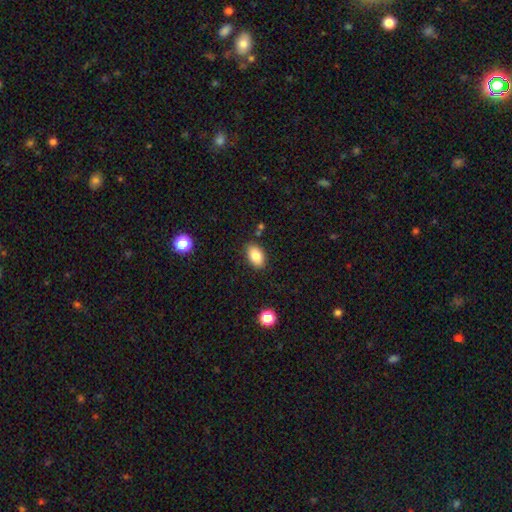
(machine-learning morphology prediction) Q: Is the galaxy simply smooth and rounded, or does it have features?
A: smooth — 84%.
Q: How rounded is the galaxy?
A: in between — 90%.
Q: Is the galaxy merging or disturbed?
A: none — 85%.